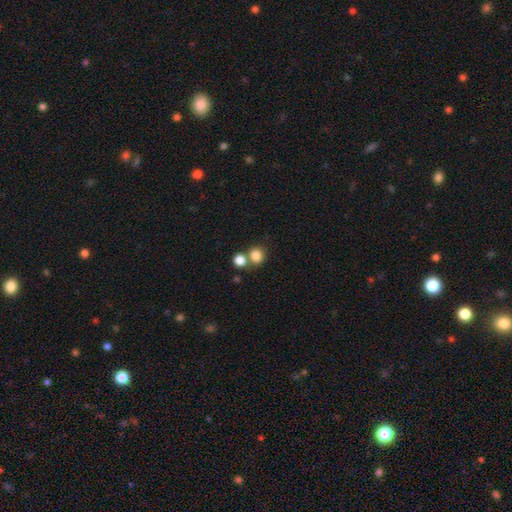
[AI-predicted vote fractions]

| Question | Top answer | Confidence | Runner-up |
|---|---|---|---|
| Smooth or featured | smooth | 83% | star or artifact (11%) |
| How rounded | round | 81% | in between (18%) |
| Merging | none | 56% | merger (34%) |